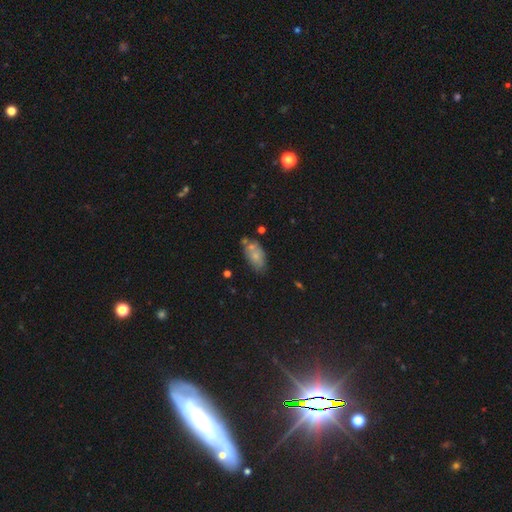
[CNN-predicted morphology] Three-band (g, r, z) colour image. It shows a smooth galaxy with no disk features (70%) that is in between round and cigar-shaped (91%). Merging: none (56%).